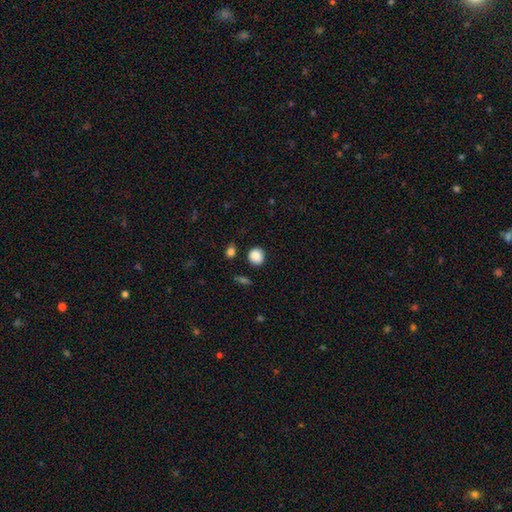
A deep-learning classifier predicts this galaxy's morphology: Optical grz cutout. It shows a smooth galaxy with no disk features (87%) that is round (86%). Merging: none (85%).